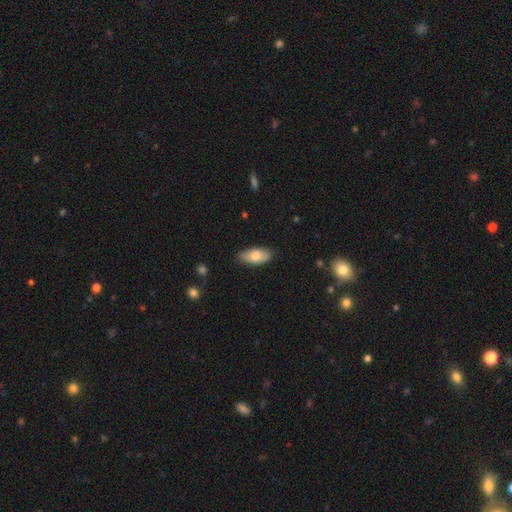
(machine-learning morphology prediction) smooth-or-featured: smooth: 72% | featured or disk: 22% | star or artifact: 6%
  how-rounded: in between: 87% | cigar-shaped: 10% | round: 3%
  merging: none: 83% | minor disturbance: 14% | major disturbance: 2% | merger: 1%